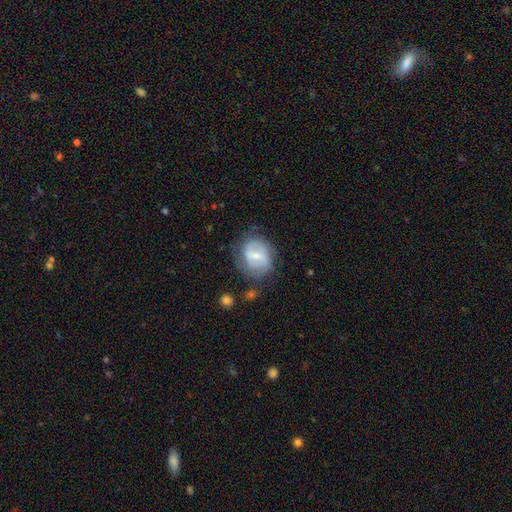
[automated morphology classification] A featured or disk galaxy (56%) with a weak bar (53%), spiral arms (75%) and a small central bulge (56%).

Vote fractions:
- Smooth or featured? featured or disk: 56% / smooth: 36% / star or artifact: 7%
- Edge-on disk? no: 97% / yes: 3%
- Bar? weak: 53% / strong: 29% / no: 18%
- Spiral arms? yes: 75% / no: 25%
- Bulge size? small: 56% / moderate: 34% / none: 7% / large: 2% / dominant: 1%
- Merging? none: 66% / minor disturbance: 21% / major disturbance: 10% / merger: 3%